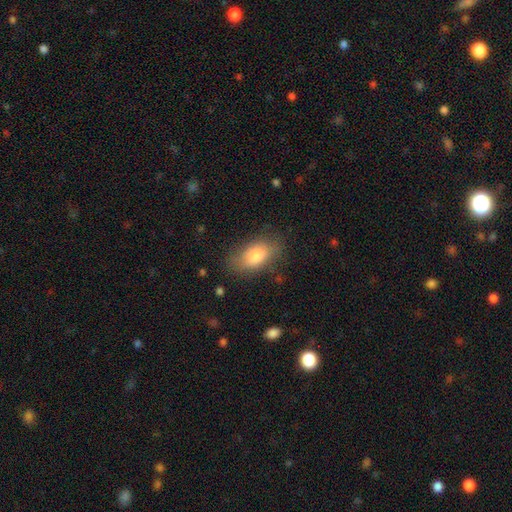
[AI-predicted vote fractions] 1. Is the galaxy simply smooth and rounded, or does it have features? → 80% smooth, 12% featured or disk, 7% star or artifact.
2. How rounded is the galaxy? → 90% in between, 5% round, 4% cigar-shaped.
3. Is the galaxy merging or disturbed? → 76% none, 17% minor disturbance, 5% major disturbance, 1% merger.